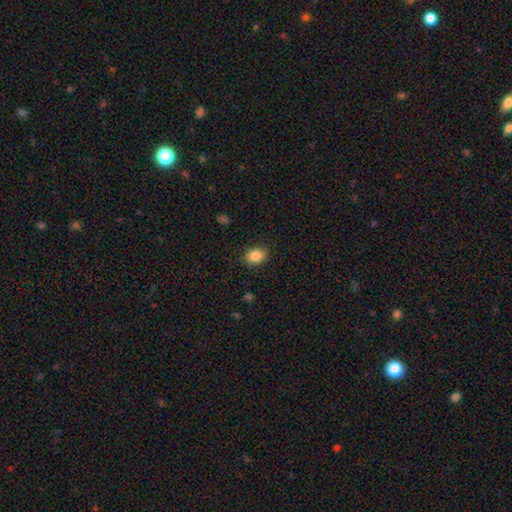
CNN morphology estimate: Smooth or featured? smooth (85%)
How rounded? in between (63%)
Merging? none (86%)